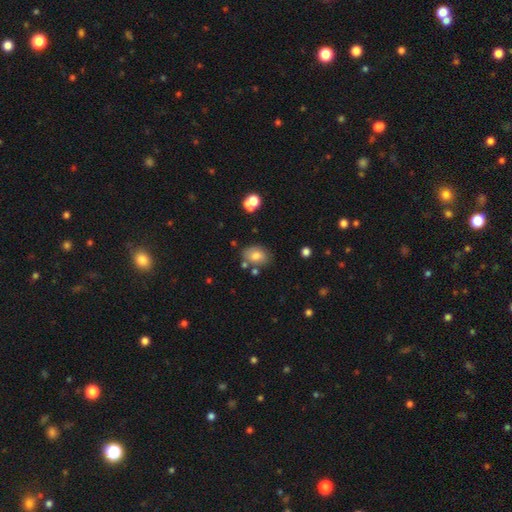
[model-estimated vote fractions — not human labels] A smooth galaxy with no disk features (76%) that is in between round and cigar-shaped (75%). Merging: none (73%).